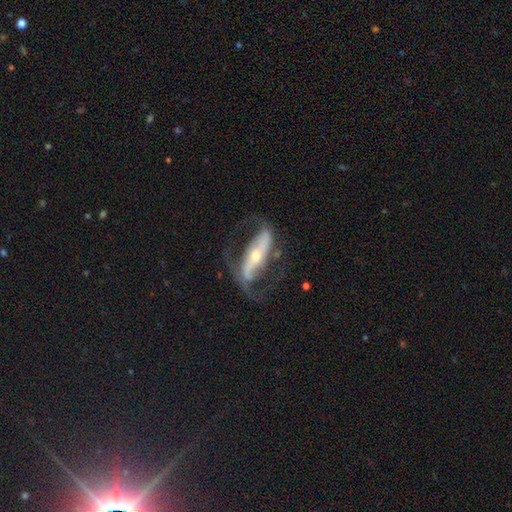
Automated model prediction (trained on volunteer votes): A featured or disk galaxy (86%) with a strong bar (64%), 2 (90%) medium (43%) spiral arms (91%) and a small central bulge (60%). Merging: none (67%).